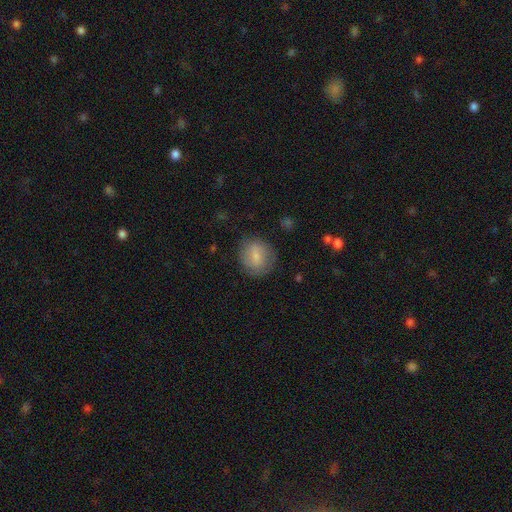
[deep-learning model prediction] Smooth or featured?
  - smooth: 68% *
  - featured or disk: 24%
  - star or artifact: 8%
How rounded?
  - round: 72% *
  - in between: 26%
  - cigar-shaped: 2%
Merging?
  - none: 78% *
  - minor disturbance: 15%
  - major disturbance: 5%
  - merger: 1%